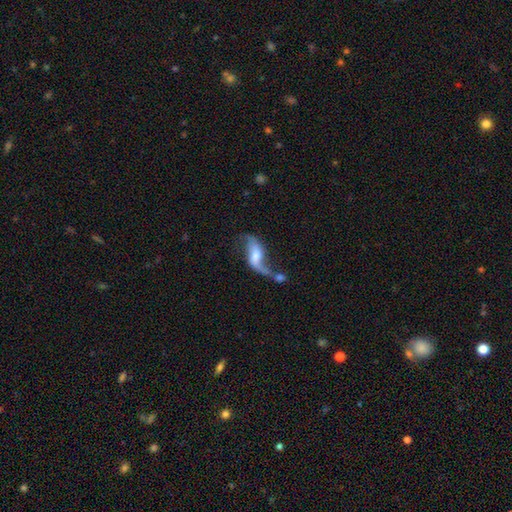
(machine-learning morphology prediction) Overall: featured or disk (76%). Edge-on disk: no (92%). Bar: weak (41%, tied with no). Spiral arms: yes (88%). Spiral arm count: 2 (84%). Spiral winding: loose (90%). Bulge size: moderate (53%; small 26%). Merging: merger (40%; none 28%).